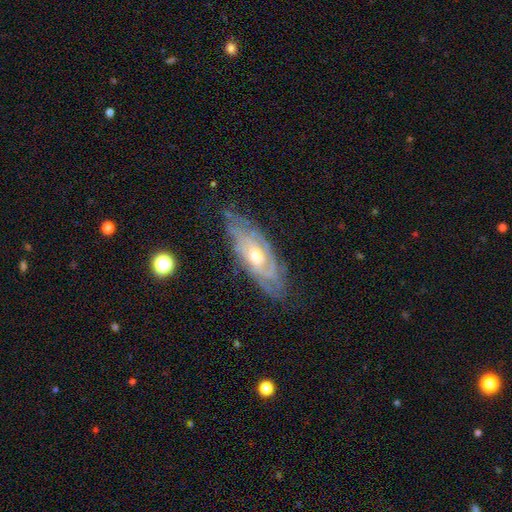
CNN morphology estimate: Smooth or featured?
  - featured or disk: 81% *
  - smooth: 13%
  - star or artifact: 6%
Edge-on disk?
  - no: 86% *
  - yes: 14%
Bar?
  - no: 73% *
  - weak: 22%
  - strong: 5%
Spiral arms?
  - yes: 89% *
  - no: 11%
Spiral winding?
  - tight: 67% *
  - medium: 26%
  - loose: 7%
Spiral arm count?
  - can't tell: 51% *
  - 2: 23%
  - 3: 12%
  - 4: 6%
  - 1: 4%
  - more than 4: 4%
Bulge size?
  - moderate: 67% *
  - small: 26%
  - large: 5%
  - none: 1%
  - dominant: 1%
Merging?
  - none: 69% *
  - minor disturbance: 22%
  - major disturbance: 7%
  - merger: 1%